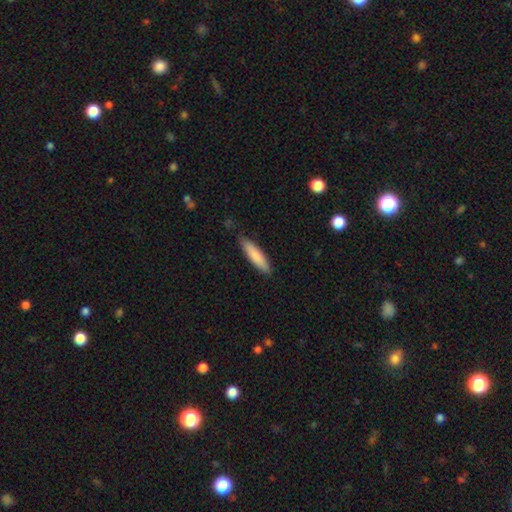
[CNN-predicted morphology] This appears to be a smooth galaxy with no disk features (83%) that is cigar-shaped (74%). Merging: none (83%).